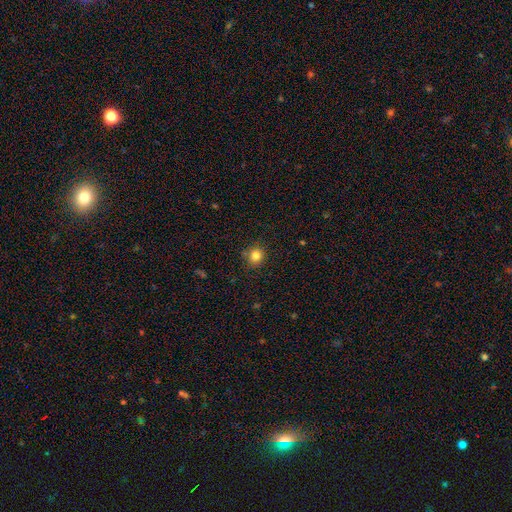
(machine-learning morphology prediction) smooth_or_featured: smooth (p=0.83) [alt: star or artifact p=0.12]
how_rounded: round (p=0.80) [alt: in between p=0.19]
merging: none (p=0.85) [alt: minor disturbance p=0.10]